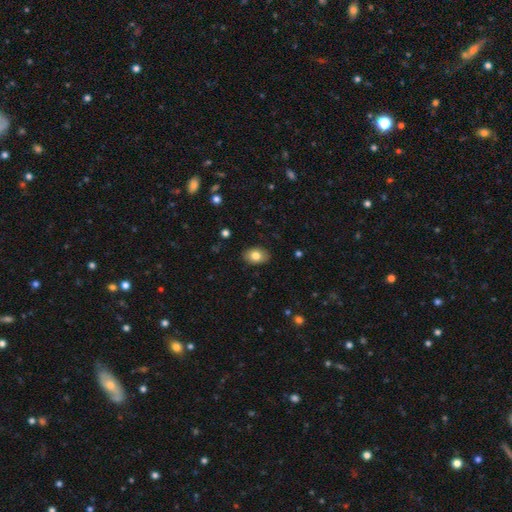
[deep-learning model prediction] The model was most divided on "how rounded": in between: 82%, round: 17%, cigar-shaped: 1%. More confident: merging — none (88%); smooth or featured — smooth (81%).